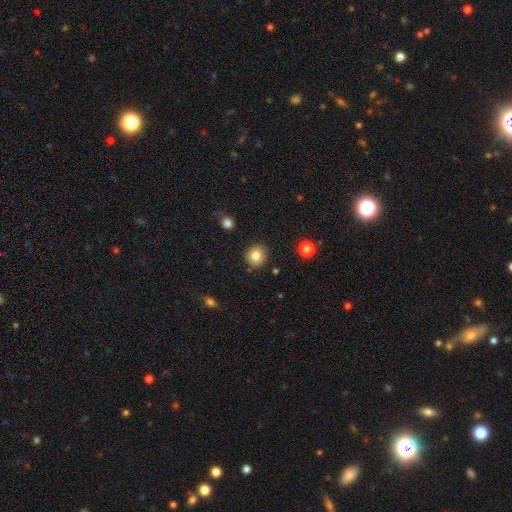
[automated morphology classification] smooth_or_featured: smooth (p=0.84) [alt: star or artifact p=0.10]
how_rounded: round (p=0.91) [alt: in between p=0.08]
merging: none (p=0.89) [alt: minor disturbance p=0.07]